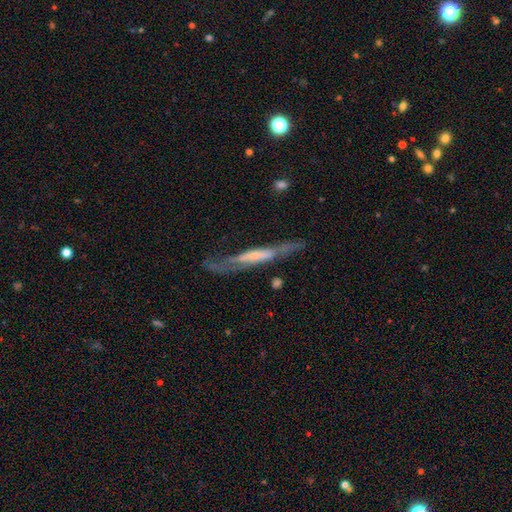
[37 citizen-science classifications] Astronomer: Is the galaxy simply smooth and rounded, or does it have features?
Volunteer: featured or disk — 78%.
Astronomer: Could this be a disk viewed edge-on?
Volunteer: yes — 72%.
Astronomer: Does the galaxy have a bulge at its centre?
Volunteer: rounded — 48% (runner-up: boxy, 33%).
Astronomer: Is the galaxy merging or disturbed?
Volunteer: none — 60%.